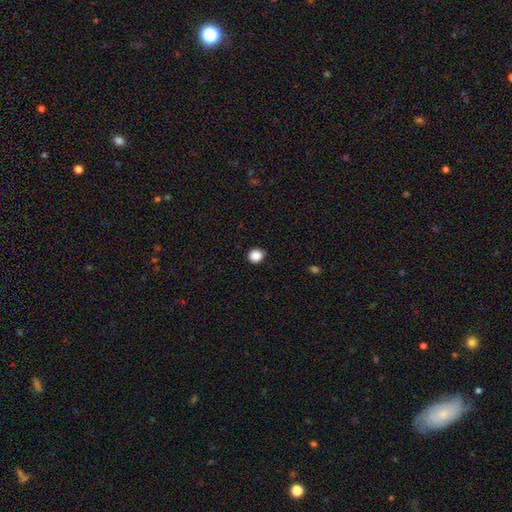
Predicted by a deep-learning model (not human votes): A smooth galaxy with no disk features (88%) that is round (85%).

Vote fractions:
- Smooth or featured? smooth: 88% / star or artifact: 10% / featured or disk: 2%
- How rounded? round: 85% / in between: 14% / cigar-shaped: 1%
- Merging? none: 89% / minor disturbance: 8% / major disturbance: 2% / merger: 1%